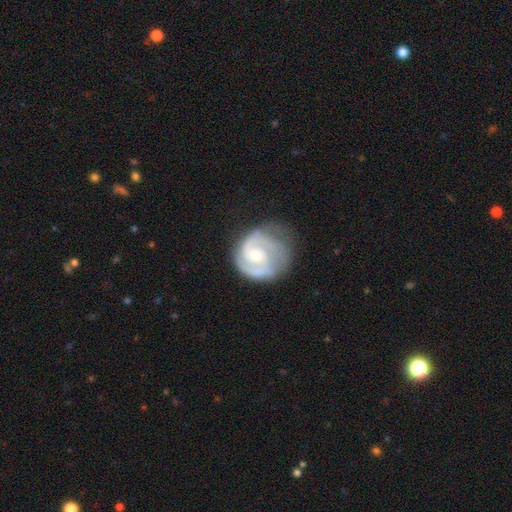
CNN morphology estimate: Q: Smooth or featured?
A: featured or disk (83%); runner-up: smooth (12%)
Q: Edge-on disk?
A: no (98%); runner-up: yes (2%)
Q: Bar?
A: no (62%); runner-up: weak (32%)
Q: Spiral arms?
A: yes (95%); runner-up: no (5%)
Q: Spiral winding?
A: tight (53%); runner-up: medium (37%)
Q: Spiral arm count?
A: 2 (60%); runner-up: can't tell (14%)
Q: Bulge size?
A: small (59%); runner-up: moderate (37%)
Q: Merging?
A: none (51%); runner-up: minor disturbance (27%)